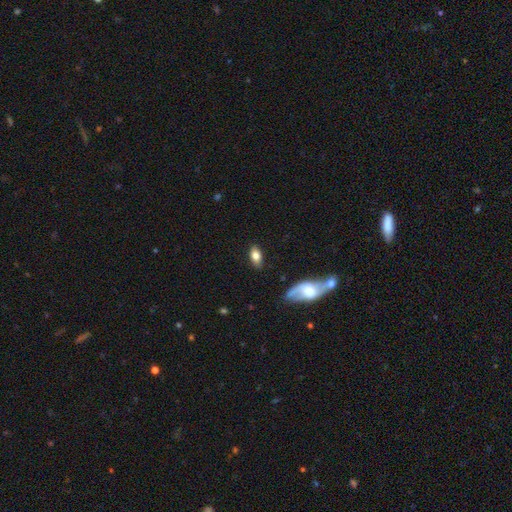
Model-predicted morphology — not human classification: A smooth galaxy with no disk features (73%) that is in between round and cigar-shaped (88%).

Vote fractions:
- Smooth or featured? smooth: 73% / featured or disk: 20% / star or artifact: 7%
- How rounded? in between: 88% / cigar-shaped: 7% / round: 5%
- Merging? none: 84% / minor disturbance: 11% / major disturbance: 3% / merger: 2%